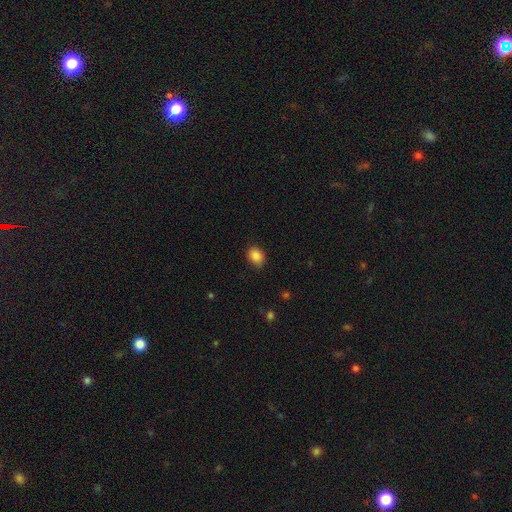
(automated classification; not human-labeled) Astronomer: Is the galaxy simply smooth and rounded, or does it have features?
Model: smooth — 86%.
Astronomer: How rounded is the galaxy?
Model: in between — 58% (runner-up: round, 41%).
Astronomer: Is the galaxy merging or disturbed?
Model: none — 81%.